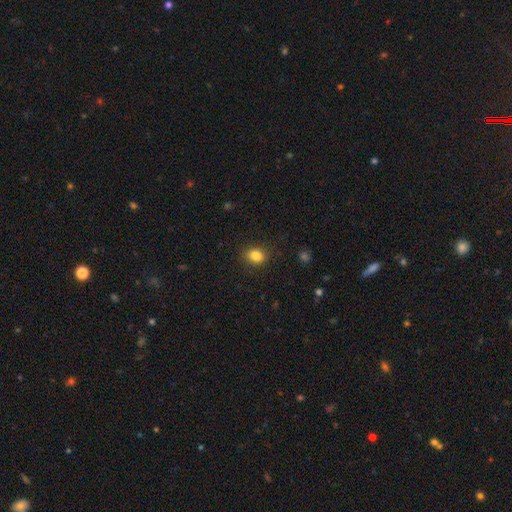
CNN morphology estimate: This is clearly a smooth galaxy (84%). How rounded: possibly round (52%). Merging: clearly none (86%).